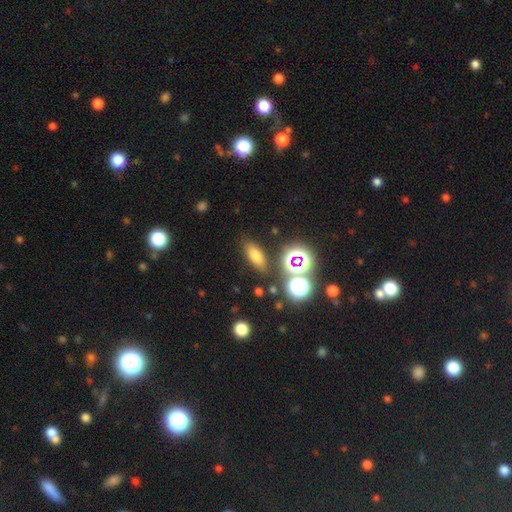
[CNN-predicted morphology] smooth-or-featured: smooth: 67% | star or artifact: 21% | featured or disk: 12%
  how-rounded: in between: 68% | cigar-shaped: 20% | round: 12%
  merging: none: 82% | minor disturbance: 10% | merger: 5% | major disturbance: 4%